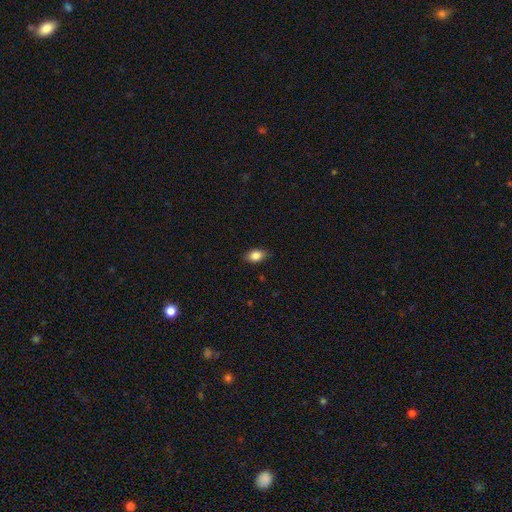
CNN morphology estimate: The model was most divided on "merging": none: 83%, minor disturbance: 14%, major disturbance: 3%, merger: 1%. More confident: smooth or featured — smooth (85%); how rounded — in between (83%).